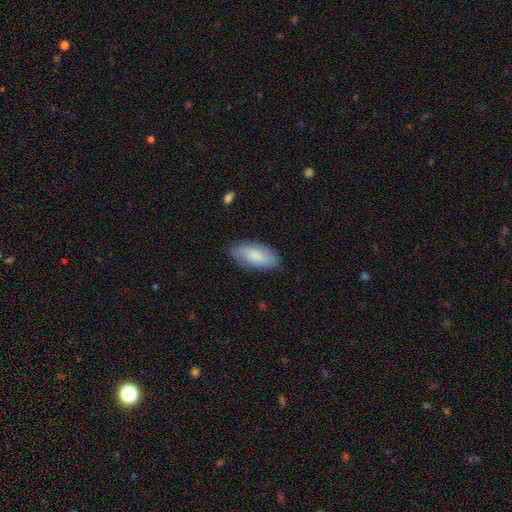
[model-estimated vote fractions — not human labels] Smooth or featured?
  - smooth: 74% *
  - featured or disk: 20%
  - star or artifact: 6%
How rounded?
  - in between: 89% *
  - cigar-shaped: 9%
  - round: 2%
Merging?
  - none: 82% *
  - minor disturbance: 14%
  - major disturbance: 3%
  - merger: 1%